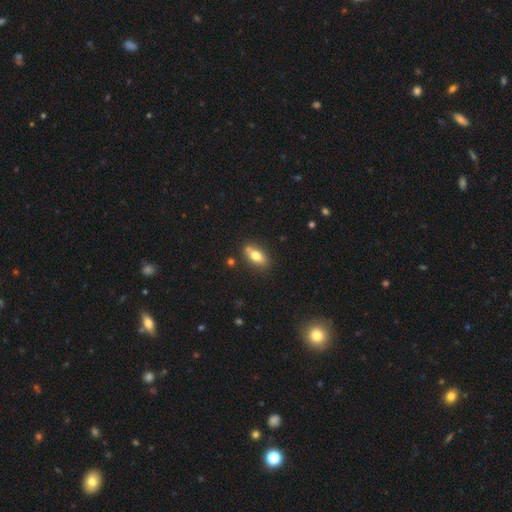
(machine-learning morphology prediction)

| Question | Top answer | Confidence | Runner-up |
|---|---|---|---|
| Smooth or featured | smooth | 75% | featured or disk (17%) |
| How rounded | in between | 84% | cigar-shaped (10%) |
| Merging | none | 74% | minor disturbance (15%) |